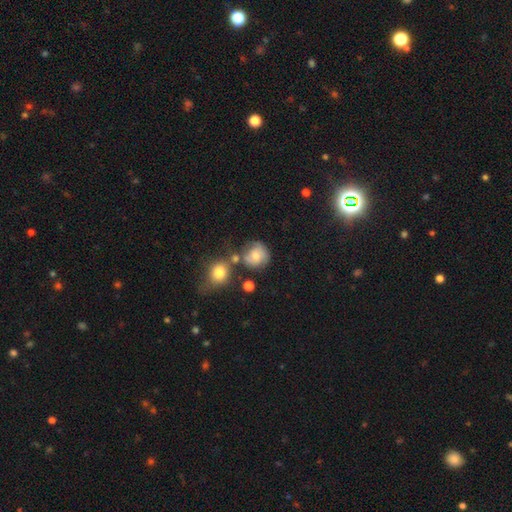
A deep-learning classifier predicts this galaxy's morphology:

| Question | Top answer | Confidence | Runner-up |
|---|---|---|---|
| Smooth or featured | smooth | 61% | featured or disk (29%) |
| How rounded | round | 78% | in between (21%) |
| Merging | none | 49% | minor disturbance (23%) |